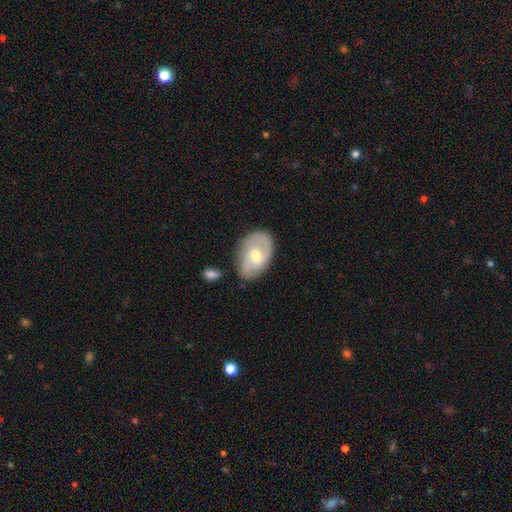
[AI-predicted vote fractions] Smooth or featured?
  - featured or disk: 59% *
  - smooth: 35%
  - star or artifact: 6%
Edge-on disk?
  - no: 95% *
  - yes: 5%
Bar?
  - no: 52% *
  - weak: 40%
  - strong: 8%
Spiral arms?
  - yes: 74% *
  - no: 26%
Bulge size?
  - moderate: 68% *
  - small: 26%
  - large: 4%
  - none: 1%
  - dominant: 1%
Merging?
  - none: 64% *
  - minor disturbance: 24%
  - major disturbance: 7%
  - merger: 5%